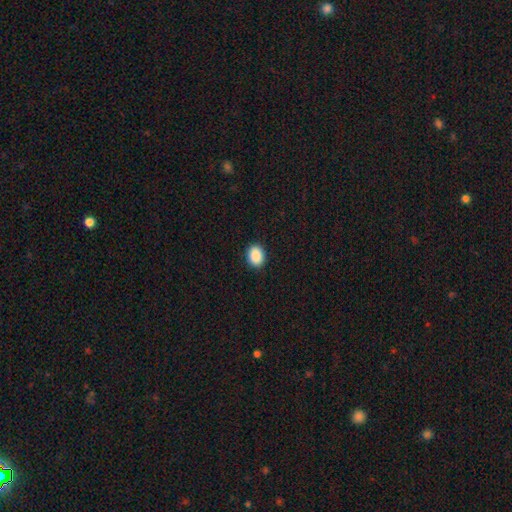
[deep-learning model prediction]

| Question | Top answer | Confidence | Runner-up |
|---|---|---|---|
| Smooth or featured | smooth | 90% | star or artifact (8%) |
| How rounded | in between | 68% | round (31%) |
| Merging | none | 91% | minor disturbance (7%) |